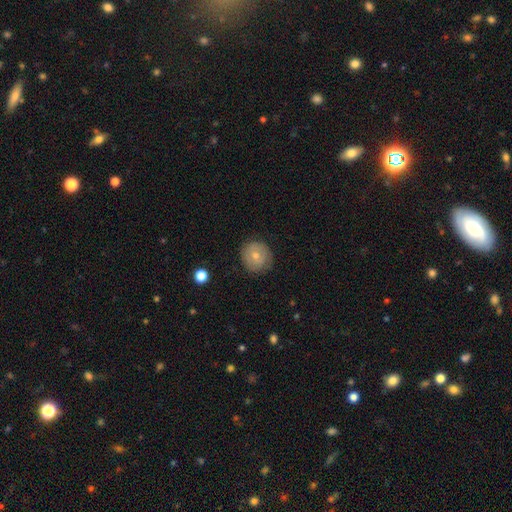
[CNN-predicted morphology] Q: Smooth or featured?
A: smooth (67%); runner-up: featured or disk (24%)
Q: How rounded?
A: round (90%); runner-up: in between (9%)
Q: Merging?
A: none (82%); runner-up: minor disturbance (13%)